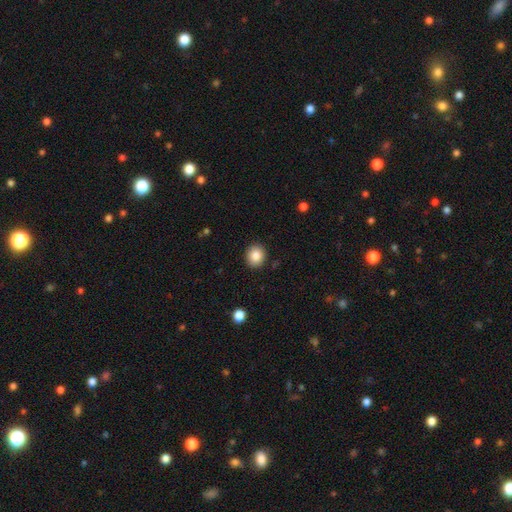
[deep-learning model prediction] Smooth or featured? Predicted: smooth (p=0.85). How rounded? Predicted: round (p=0.75). Merging? Predicted: none (p=0.91).